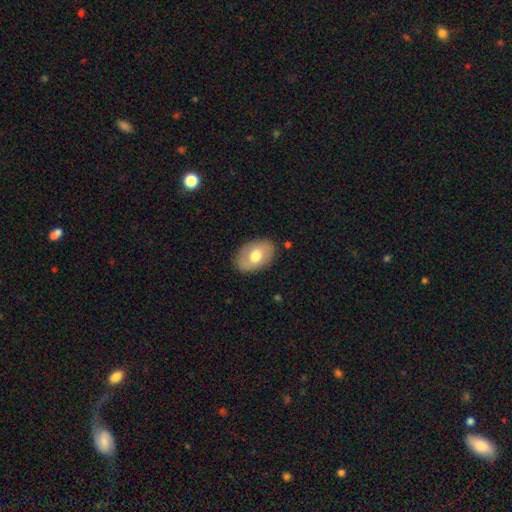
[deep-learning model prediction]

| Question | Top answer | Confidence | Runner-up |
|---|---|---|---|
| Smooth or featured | smooth | 67% | featured or disk (27%) |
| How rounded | in between | 87% | round (12%) |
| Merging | none | 84% | minor disturbance (12%) |